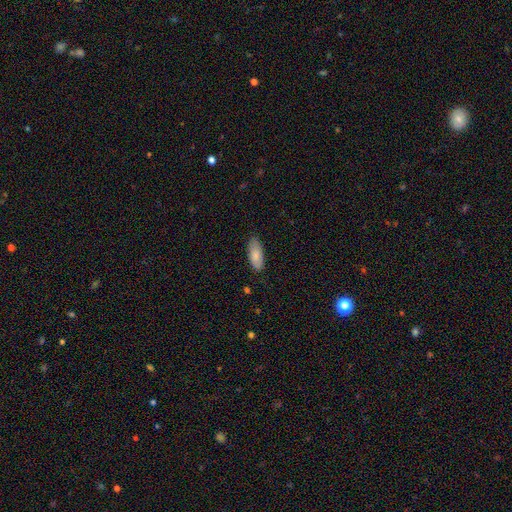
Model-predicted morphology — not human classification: This is clearly a smooth galaxy (84%). How rounded: clearly in between (81%). Merging: clearly none (81%).